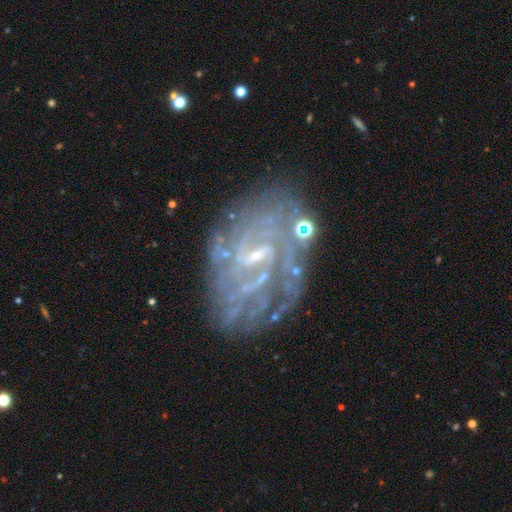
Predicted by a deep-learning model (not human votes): The model was most divided on "bar": weak: 51%, no: 28%, strong: 21%. More confident: edge-on disk — no (97%); smooth or featured — featured or disk (78%); spiral arms — yes (78%); merging — none (63%); spiral winding — tight (59%); bulge size — small (59%); spiral arm count — can't tell (53%).